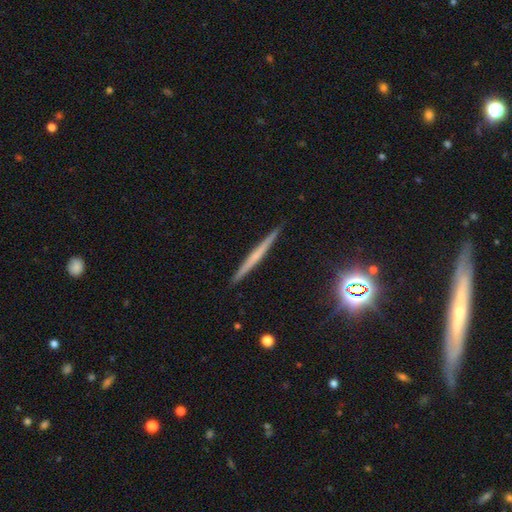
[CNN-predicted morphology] A featured or disk galaxy (53%) viewed edge-on (97%) with no central bulge (75%). Merging: none (91%).